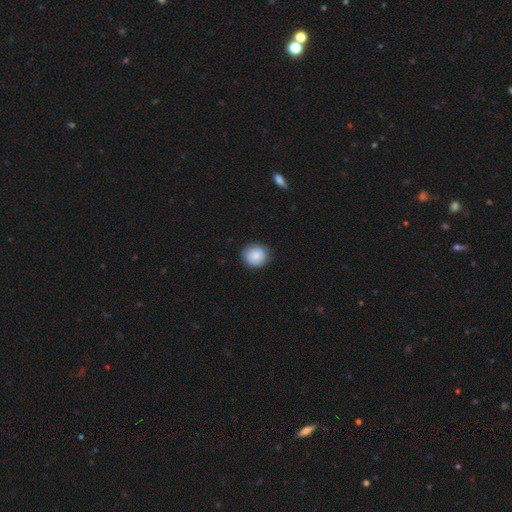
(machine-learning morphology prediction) This is clearly a smooth galaxy (84%). How rounded: clearly round (88%). Merging: clearly none (87%).